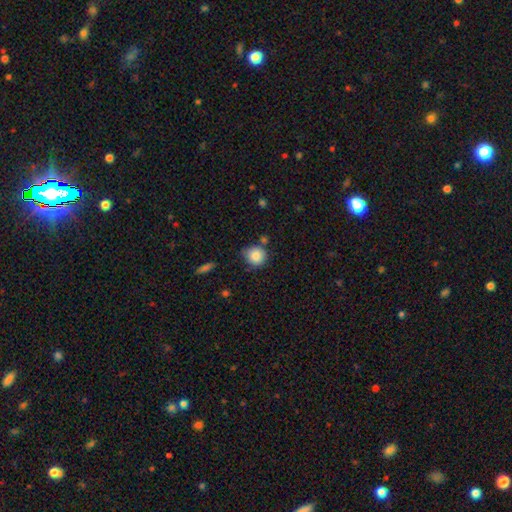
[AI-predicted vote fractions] Overall: smooth (86%). How rounded: round (88%). Merging: none (67%).